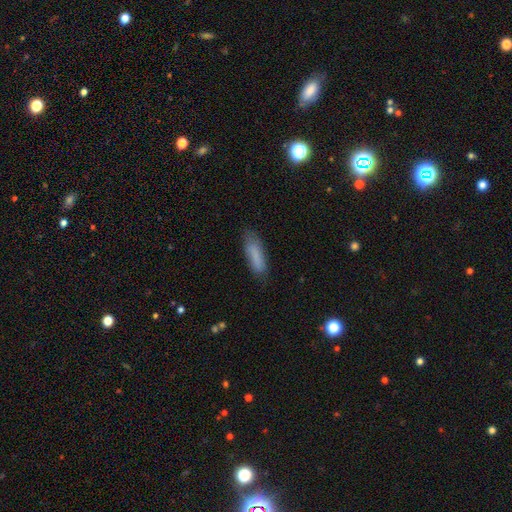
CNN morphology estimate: Smooth or featured? Predicted: smooth (p=0.81). How rounded? Predicted: cigar-shaped (p=0.54). Merging? Predicted: none (p=0.73).